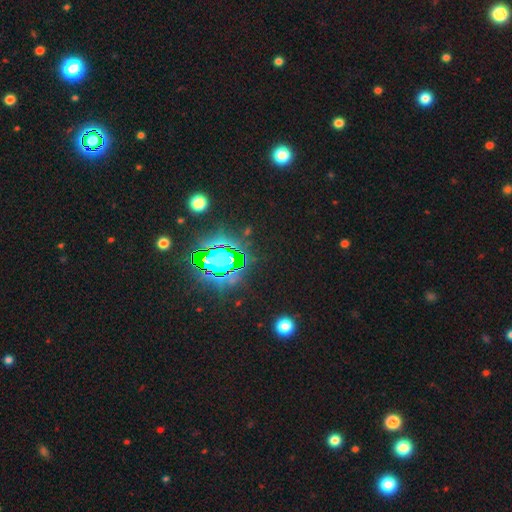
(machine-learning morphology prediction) Smooth or featured? star or artifact (84%)